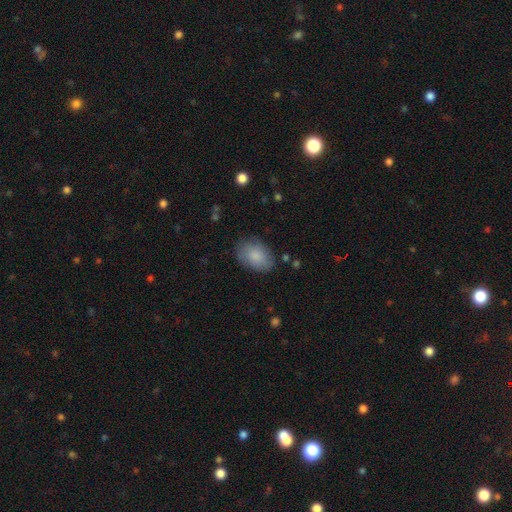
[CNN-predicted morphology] A smooth galaxy with no disk features (86%) that is in between round and cigar-shaped (84%).

Vote fractions:
- Smooth or featured? smooth: 86% / featured or disk: 7% / star or artifact: 6%
- How rounded? in between: 84% / round: 15% / cigar-shaped: 1%
- Merging? none: 80% / minor disturbance: 15% / major disturbance: 4% / merger: 1%